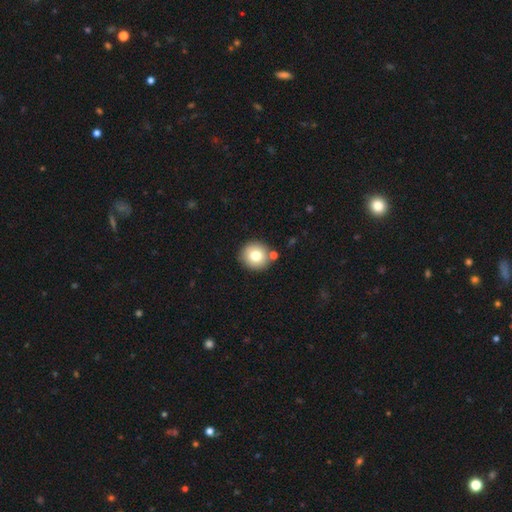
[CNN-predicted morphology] This appears to be a smooth galaxy with no disk features (76%) that is round (91%). Merging: none (80%).